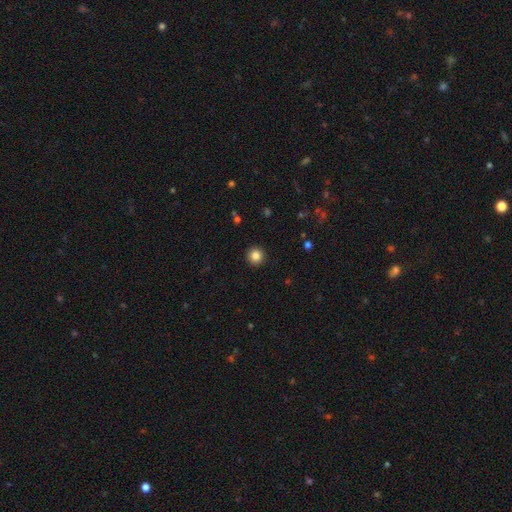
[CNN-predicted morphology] smooth-or-featured: smooth: 84% | star or artifact: 11% | featured or disk: 5%
  how-rounded: round: 95% | in between: 4% | cigar-shaped: 1%
  merging: none: 93% | minor disturbance: 4% | major disturbance: 2% | merger: 1%